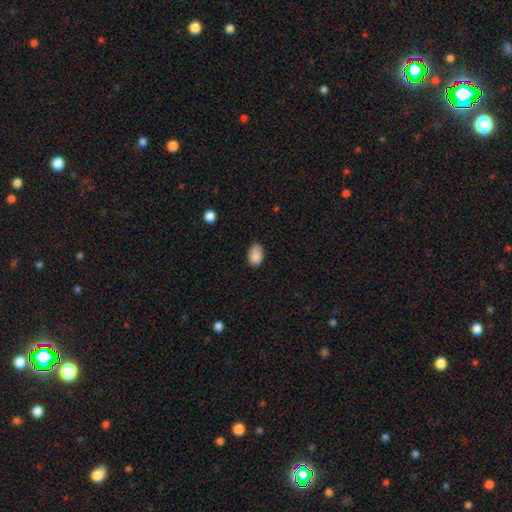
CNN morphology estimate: This is clearly a smooth galaxy (88%). How rounded: clearly in between (90%). Merging: likely none (79%).